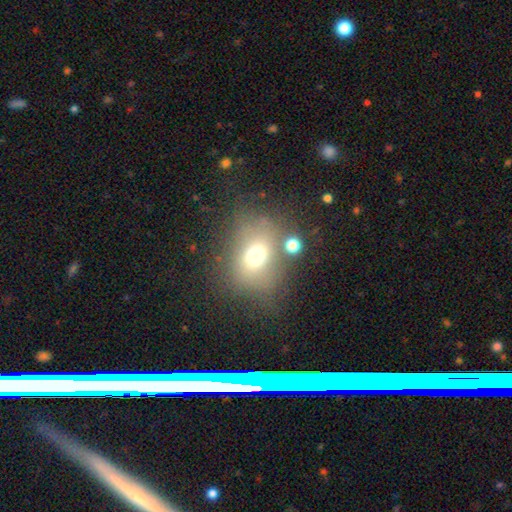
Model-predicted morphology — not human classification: Smooth or featured? smooth (65%)
How rounded? in between (51%)
Merging? none (58%)